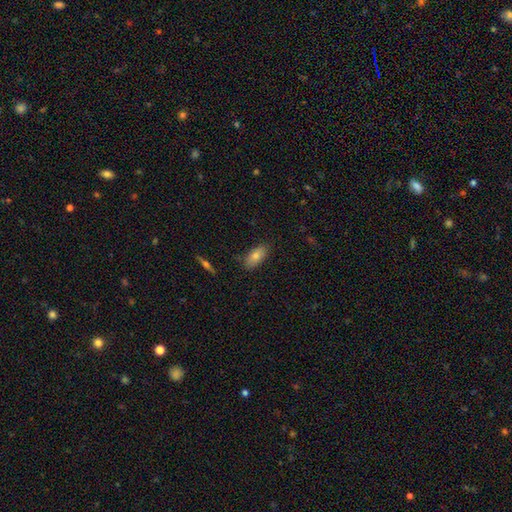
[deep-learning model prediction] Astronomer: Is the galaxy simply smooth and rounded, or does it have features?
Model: smooth — 74%.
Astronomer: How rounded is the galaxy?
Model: in between — 87%.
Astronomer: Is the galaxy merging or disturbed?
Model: none — 84%.